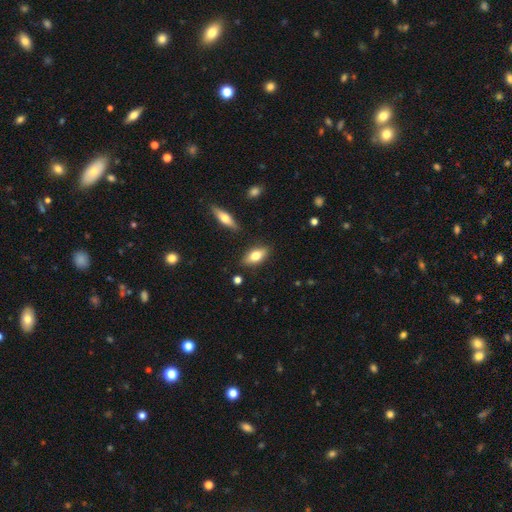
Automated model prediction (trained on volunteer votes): Smooth or featured: smooth — 69% (featured or disk — 24%)
How rounded: in between — 84% (cigar-shaped — 12%)
Merging: none — 85% (minor disturbance — 11%)